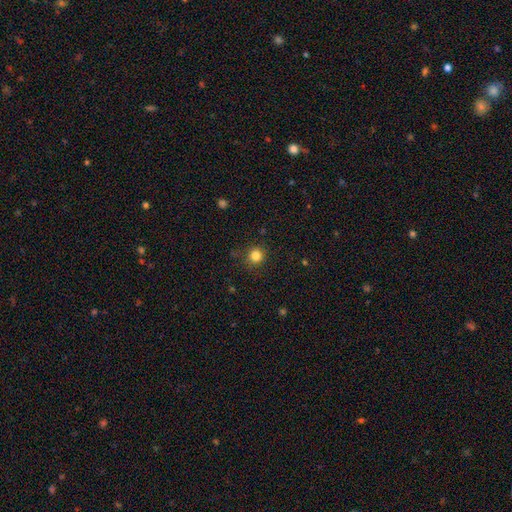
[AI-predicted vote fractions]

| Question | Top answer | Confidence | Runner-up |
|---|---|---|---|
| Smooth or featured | smooth | 82% | star or artifact (13%) |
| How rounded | round | 92% | in between (7%) |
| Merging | none | 86% | minor disturbance (10%) |